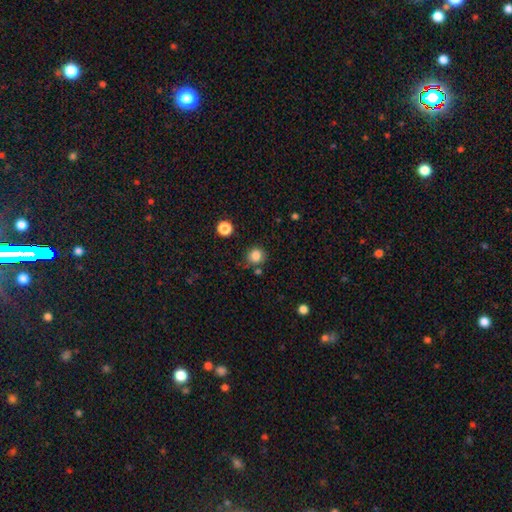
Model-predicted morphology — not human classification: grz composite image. It shows a smooth galaxy with no disk features (84%) that is round (88%). Merging: none (77%).